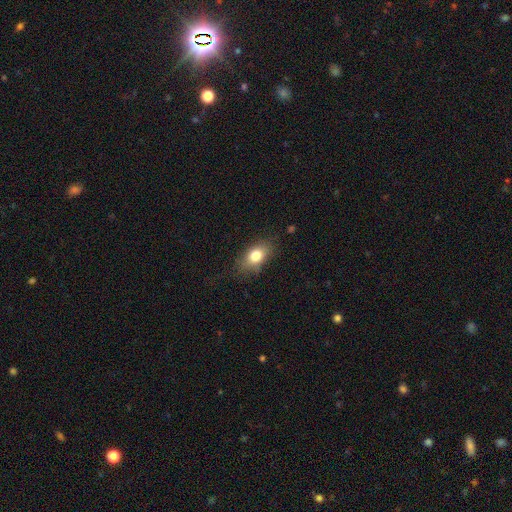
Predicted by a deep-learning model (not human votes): This is likely a smooth galaxy (78%). How rounded: clearly in between (82%). Merging: likely none (75%).